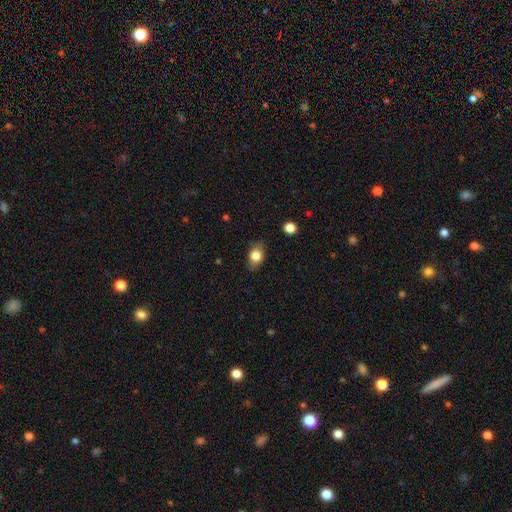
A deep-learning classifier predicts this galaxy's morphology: smooth_or_featured: smooth (p=0.78) [alt: featured or disk p=0.14]
how_rounded: in between (p=0.80) [alt: round p=0.18]
merging: none (p=0.82) [alt: minor disturbance p=0.14]